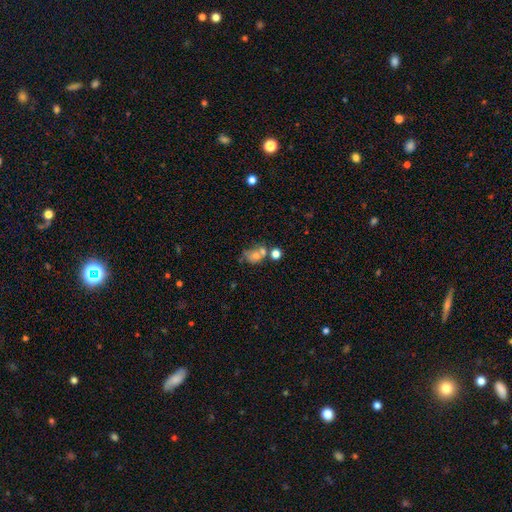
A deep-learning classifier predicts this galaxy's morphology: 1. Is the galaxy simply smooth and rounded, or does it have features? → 57% smooth, 28% featured or disk, 15% star or artifact.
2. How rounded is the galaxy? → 61% in between, 37% round, 2% cigar-shaped.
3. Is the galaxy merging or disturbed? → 35% merger, 32% none, 19% minor disturbance, 15% major disturbance.